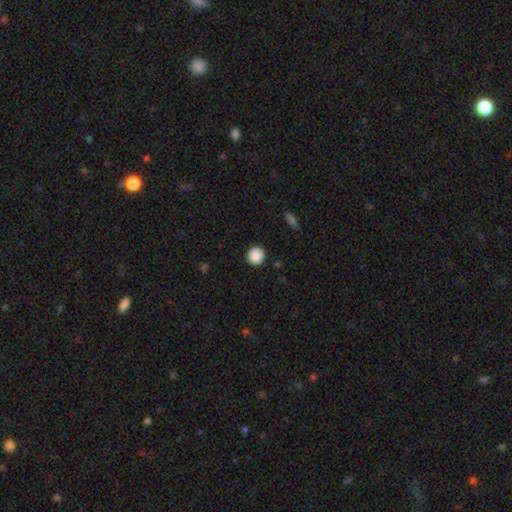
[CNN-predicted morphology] The model was most divided on "smooth or featured": smooth: 89%, star or artifact: 8%, featured or disk: 3%. More confident: how rounded — round (94%); merging — none (91%).